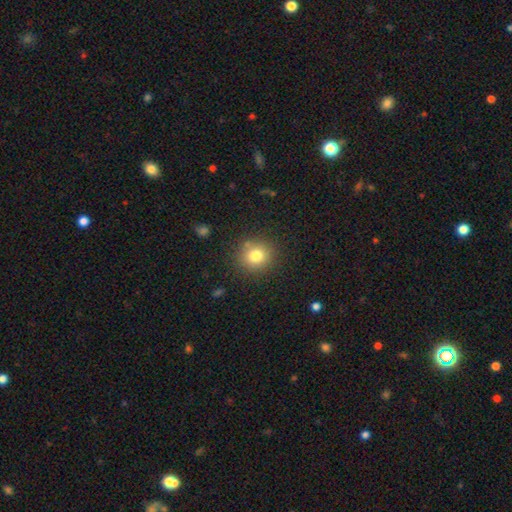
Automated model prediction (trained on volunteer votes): Smooth or featured? Predicted: smooth (p=0.79). How rounded? Predicted: round (p=0.84). Merging? Predicted: none (p=0.85).